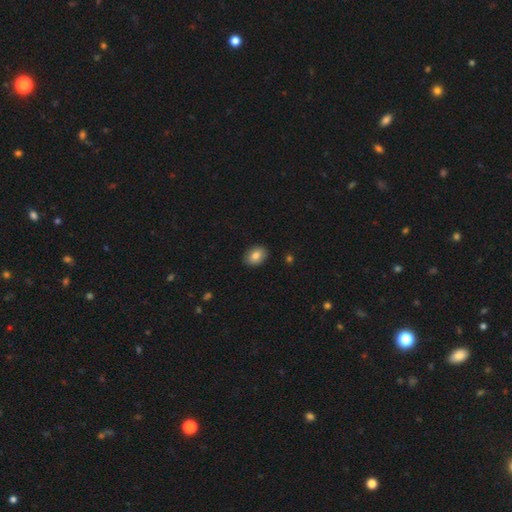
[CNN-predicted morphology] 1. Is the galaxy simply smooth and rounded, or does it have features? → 83% smooth, 9% featured or disk, 8% star or artifact.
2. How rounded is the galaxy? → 74% in between, 25% round, 1% cigar-shaped.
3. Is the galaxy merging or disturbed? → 89% none, 8% minor disturbance, 2% major disturbance, 1% merger.